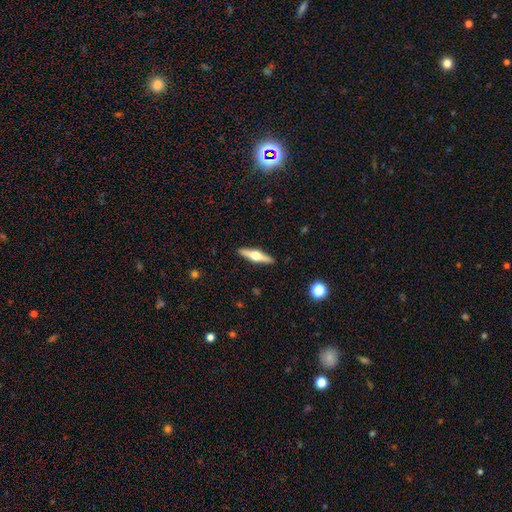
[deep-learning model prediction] Smooth or featured? Predicted: featured or disk (p=0.65). Edge-on disk? Predicted: yes (p=0.97). Edge-on bulge? Predicted: rounded (p=0.95). Merging? Predicted: none (p=0.91).